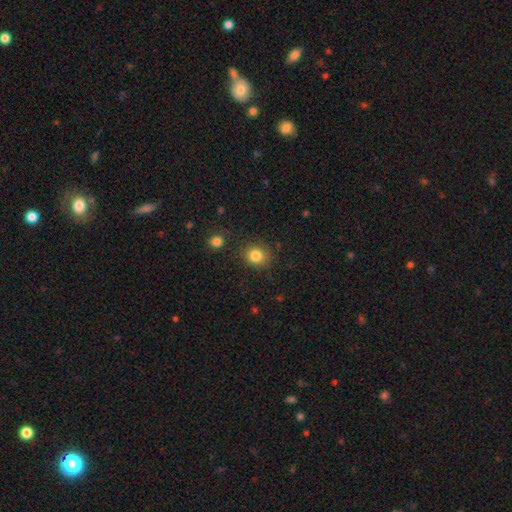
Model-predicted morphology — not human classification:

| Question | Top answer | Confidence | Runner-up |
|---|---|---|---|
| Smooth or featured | smooth | 83% | star or artifact (11%) |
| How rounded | round | 78% | in between (21%) |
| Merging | none | 84% | minor disturbance (10%) |